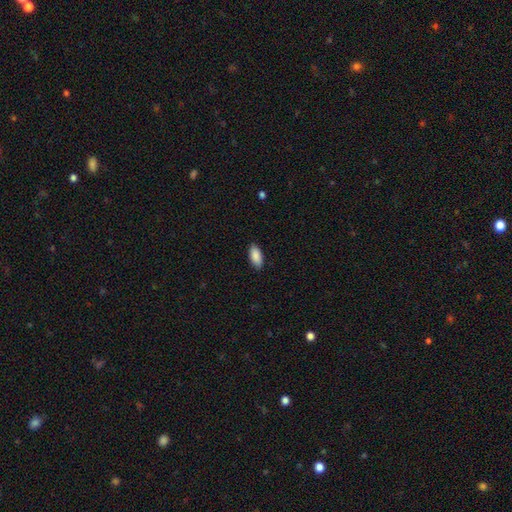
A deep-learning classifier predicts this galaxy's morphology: A smooth galaxy with no disk features (90%) that is in between round and cigar-shaped (90%). Merging: none (89%).